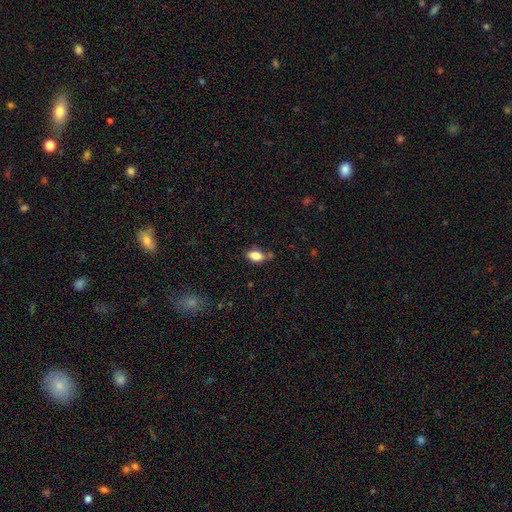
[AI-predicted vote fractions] smooth-or-featured: smooth: 84% | star or artifact: 9% | featured or disk: 7%
  how-rounded: in between: 89% | round: 8% | cigar-shaped: 3%
  merging: none: 65% | minor disturbance: 22% | merger: 9% | major disturbance: 5%